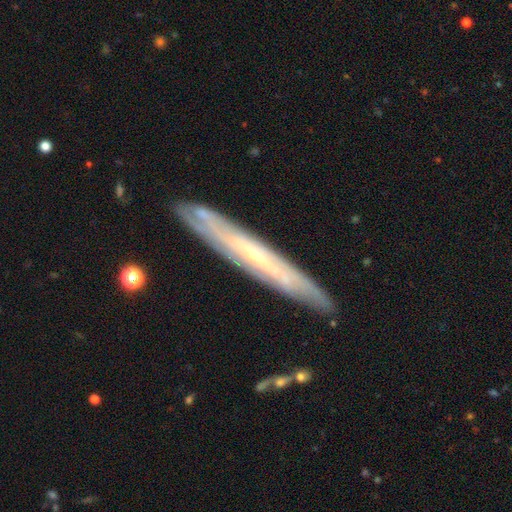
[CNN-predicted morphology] Smooth or featured: featured or disk — 74% (smooth — 20%)
Edge-on disk: yes — 72% (no — 28%)
Edge-on bulge: none — 63% (rounded — 33%)
Merging: none — 86% (minor disturbance — 10%)